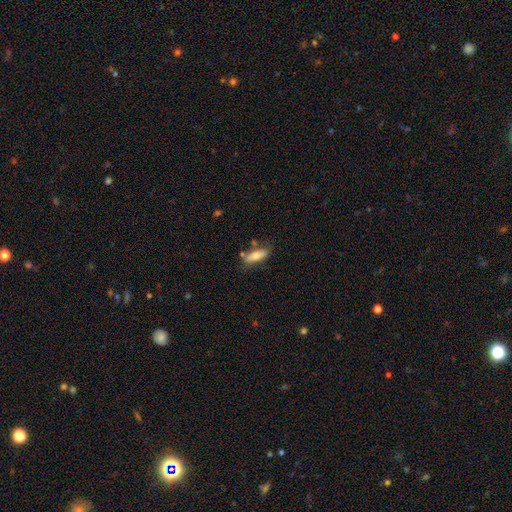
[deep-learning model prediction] Overall: smooth (69%). How rounded: in between (63%; cigar-shaped 34%). Merging: none (65%).